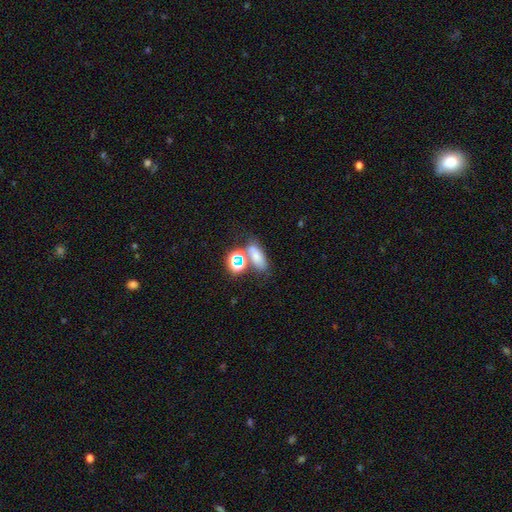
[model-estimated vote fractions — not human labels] A smooth galaxy with no disk features (63%) that is in between round and cigar-shaped (67%).

Vote fractions:
- Smooth or featured? smooth: 63% / star or artifact: 21% / featured or disk: 15%
- How rounded? in between: 67% / round: 19% / cigar-shaped: 13%
- Merging? none: 49% / merger: 29% / minor disturbance: 14% / major disturbance: 8%